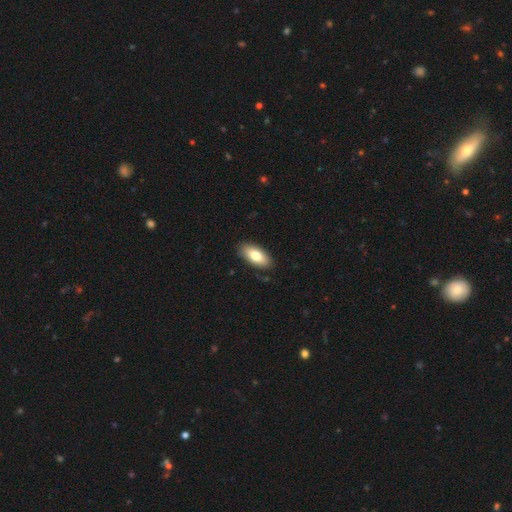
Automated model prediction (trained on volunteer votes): Overall: smooth (77%). How rounded: in between (89%). Merging: none (86%).